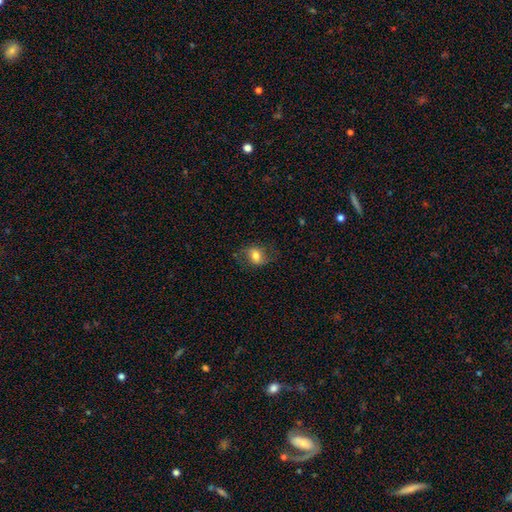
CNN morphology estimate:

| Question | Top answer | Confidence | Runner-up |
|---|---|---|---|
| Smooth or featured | smooth | 64% | featured or disk (27%) |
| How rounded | in between | 61% | round (37%) |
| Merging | none | 70% | minor disturbance (19%) |